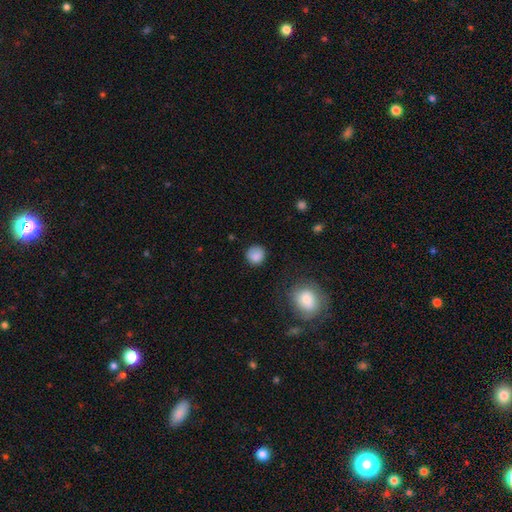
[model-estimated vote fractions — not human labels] Smooth or featured: smooth — 85% (star or artifact — 10%)
How rounded: round — 89% (in between — 10%)
Merging: none — 82% (minor disturbance — 13%)